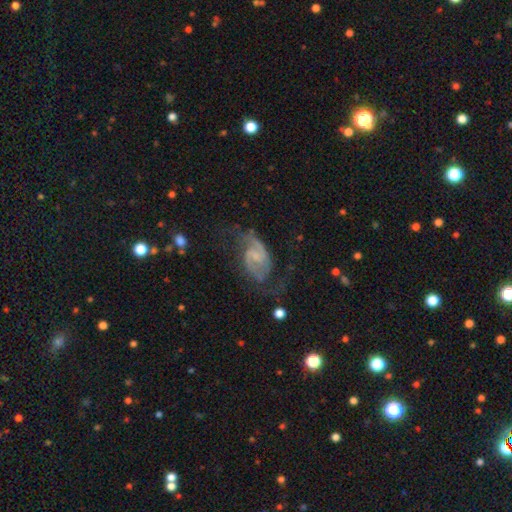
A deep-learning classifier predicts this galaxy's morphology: Smooth or featured: featured or disk — 85% (smooth — 8%)
Edge-on disk: no — 98% (yes — 2%)
Bar: weak — 54% (no — 32%)
Spiral arms: yes — 95% (no — 5%)
Spiral winding: medium — 50% (loose — 32%)
Spiral arm count: 2 — 89% (can't tell — 4%)
Bulge size: small — 52% (none — 28%)
Merging: none — 58% (minor disturbance — 20%)